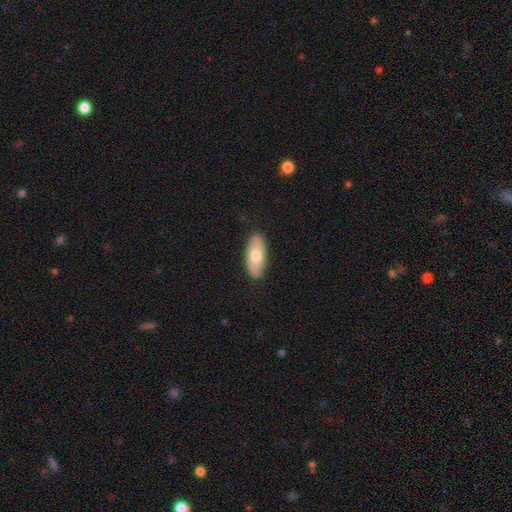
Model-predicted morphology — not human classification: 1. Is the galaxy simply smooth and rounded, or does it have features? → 72% smooth, 23% featured or disk, 5% star or artifact.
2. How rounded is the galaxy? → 85% in between, 13% cigar-shaped, 2% round.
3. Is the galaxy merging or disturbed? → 89% none, 9% minor disturbance, 2% major disturbance, 1% merger.